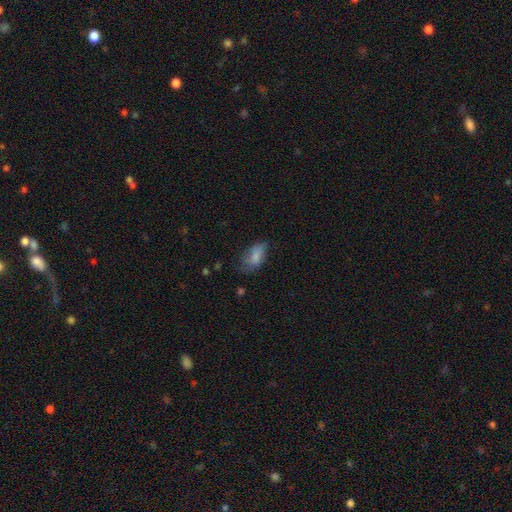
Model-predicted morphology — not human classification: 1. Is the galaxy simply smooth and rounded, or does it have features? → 76% smooth, 16% featured or disk, 9% star or artifact.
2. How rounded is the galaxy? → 90% in between, 6% round, 4% cigar-shaped.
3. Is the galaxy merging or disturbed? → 49% none, 32% minor disturbance, 17% major disturbance, 2% merger.